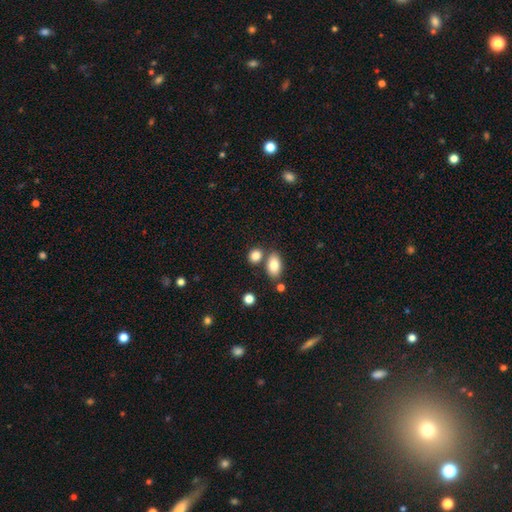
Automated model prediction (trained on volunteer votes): A smooth galaxy with no disk features (84%) that is in between round and cigar-shaped (62%). Merging: none (63%).